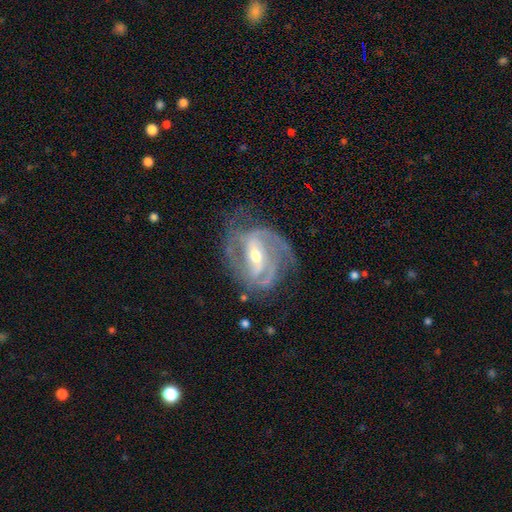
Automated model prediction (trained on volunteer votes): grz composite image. It shows a featured or disk galaxy (91%) with a strong bar (48%), 2 (43%) medium (47%) spiral arms (97%) and a moderate central bulge (53%). Merging: none (67%).